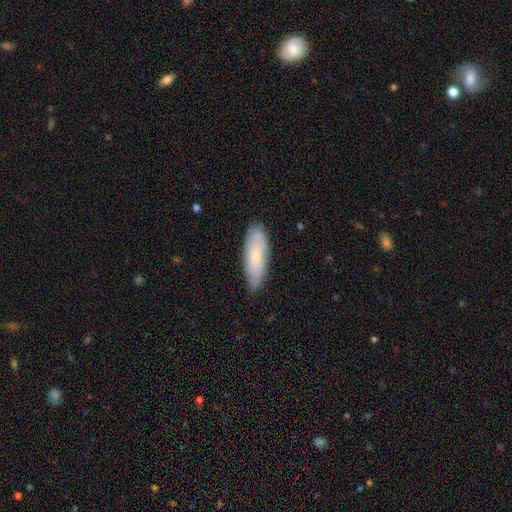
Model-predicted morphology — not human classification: Overall: smooth (59%; featured or disk 34%). How rounded: in between (60%; cigar-shaped 39%). Merging: none (77%).